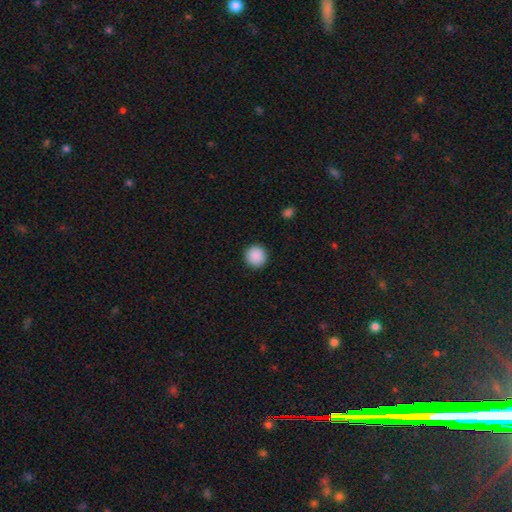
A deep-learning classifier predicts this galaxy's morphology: smooth-or-featured: smooth: 90% | star or artifact: 8% | featured or disk: 2%
  how-rounded: round: 94% | in between: 5% | cigar-shaped: 1%
  merging: none: 93% | minor disturbance: 5% | major disturbance: 2% | merger: 1%